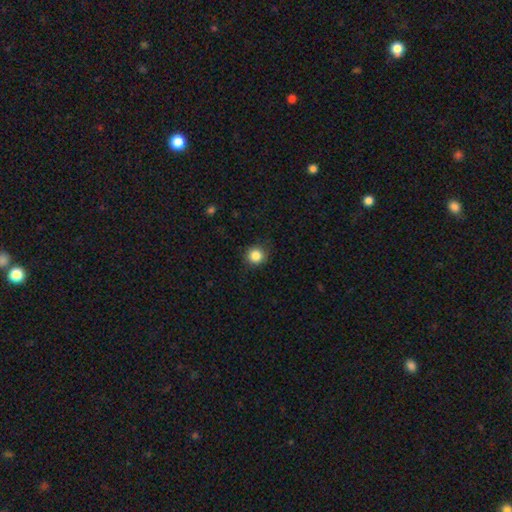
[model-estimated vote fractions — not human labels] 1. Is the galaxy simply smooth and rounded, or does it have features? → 85% smooth, 11% star or artifact, 4% featured or disk.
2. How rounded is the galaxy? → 91% round, 8% in between, 1% cigar-shaped.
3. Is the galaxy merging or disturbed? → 88% none, 9% minor disturbance, 2% major disturbance, 1% merger.